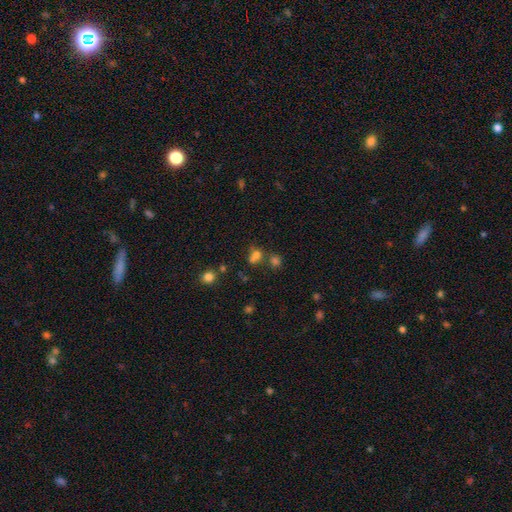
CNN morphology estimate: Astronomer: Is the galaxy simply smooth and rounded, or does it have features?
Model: smooth — 65%.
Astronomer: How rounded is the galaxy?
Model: round — 70%.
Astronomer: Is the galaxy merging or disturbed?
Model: merger — 43% (runner-up: none, 42%).